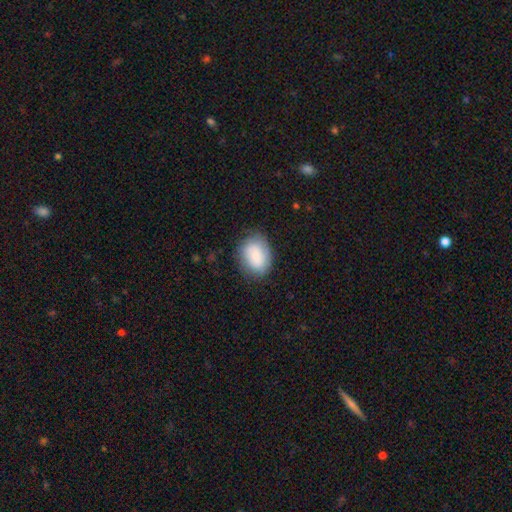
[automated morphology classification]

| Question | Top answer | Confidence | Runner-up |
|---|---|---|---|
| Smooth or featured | smooth | 83% | featured or disk (10%) |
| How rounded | in between | 70% | round (29%) |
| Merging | none | 74% | minor disturbance (19%) |